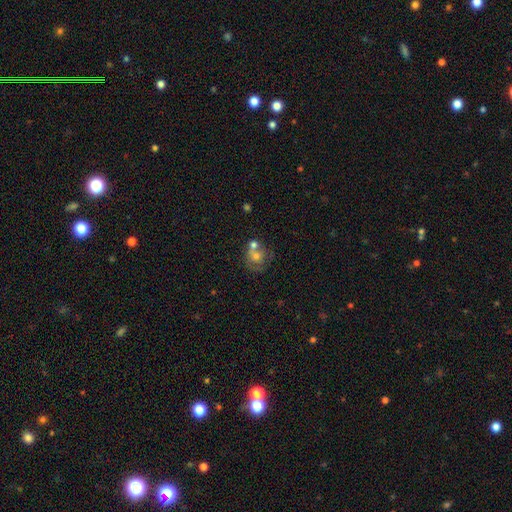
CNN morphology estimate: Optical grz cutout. It shows a smooth galaxy with no disk features (53%) that is round (74%). Merging: merger (39%).